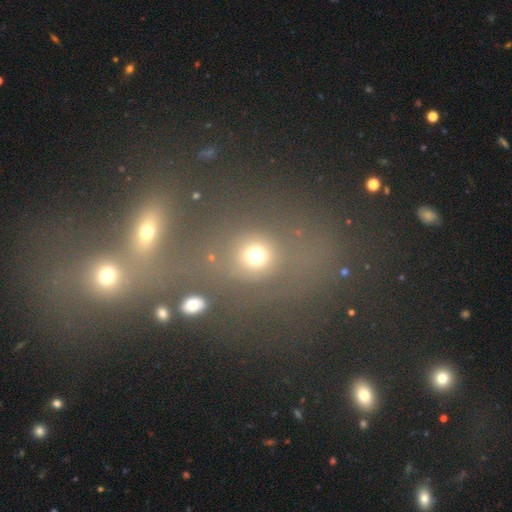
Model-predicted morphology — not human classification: smooth-or-featured: smooth: 67% | star or artifact: 22% | featured or disk: 11%
  how-rounded: round: 77% | in between: 20% | cigar-shaped: 2%
  merging: none: 63% | merger: 14% | minor disturbance: 12% | major disturbance: 11%